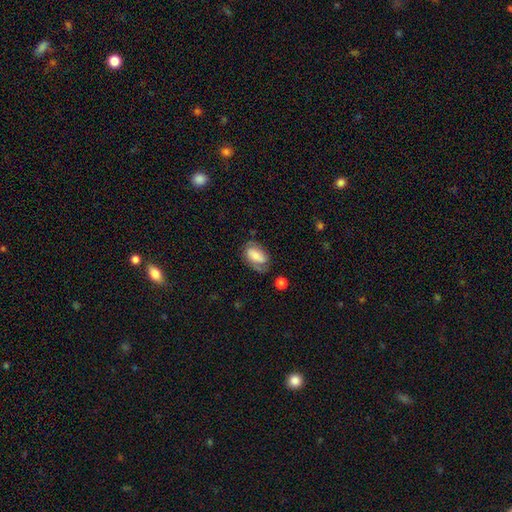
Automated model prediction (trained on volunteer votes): This is possibly a smooth galaxy (53%). How rounded: clearly in between (90%). Merging: possibly none (58%).